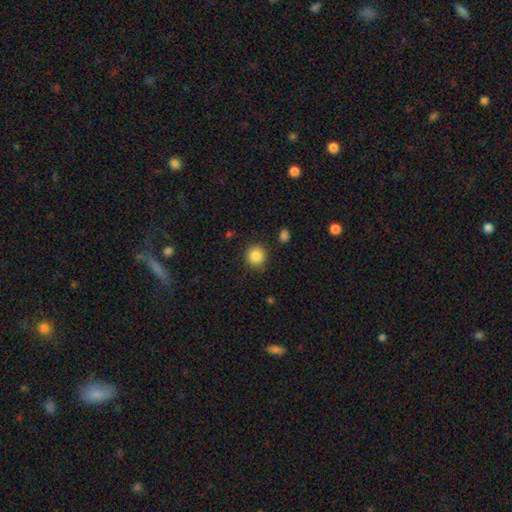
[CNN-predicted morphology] The model was most divided on "smooth or featured": smooth: 87%, star or artifact: 9%, featured or disk: 4%. More confident: how rounded — round (92%); merging — none (87%).